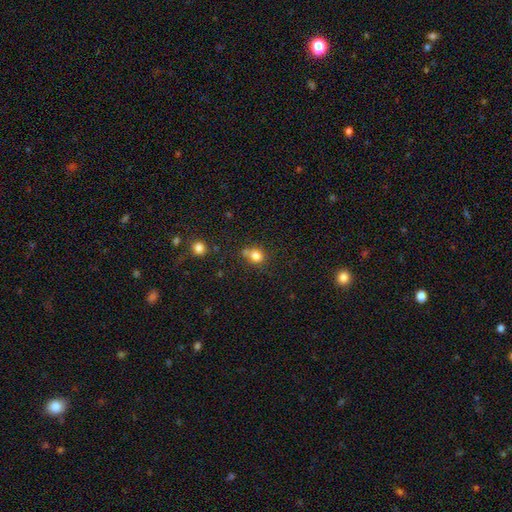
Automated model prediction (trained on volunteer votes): Q: Smooth or featured?
A: smooth (79%); runner-up: star or artifact (13%)
Q: How rounded?
A: round (76%); runner-up: in between (23%)
Q: Merging?
A: none (60%); runner-up: merger (20%)